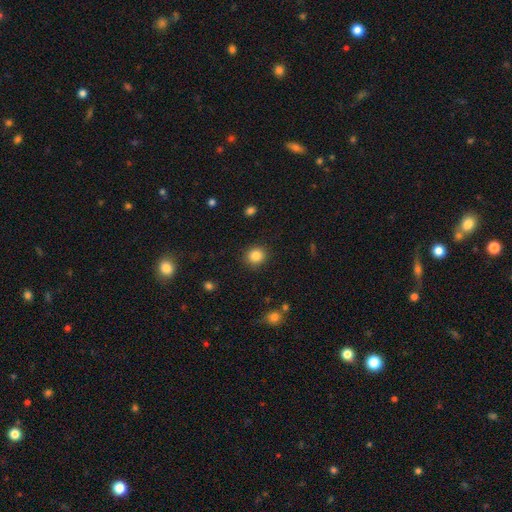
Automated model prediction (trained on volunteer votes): smooth 85%, star or artifact 10%, featured or disk 5%. Down the decision tree: how rounded — round (87%); merging — none (90%).